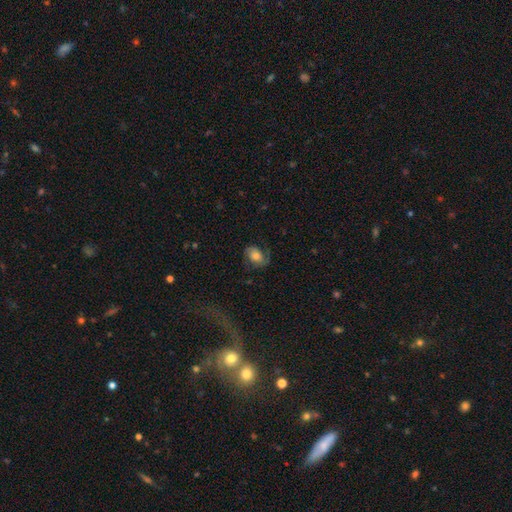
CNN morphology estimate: Smooth or featured?
  - featured or disk: 52% *
  - smooth: 40%
  - star or artifact: 9%
Edge-on disk?
  - no: 97% *
  - yes: 3%
Merging?
  - none: 64% *
  - minor disturbance: 20%
  - major disturbance: 14%
  - merger: 1%